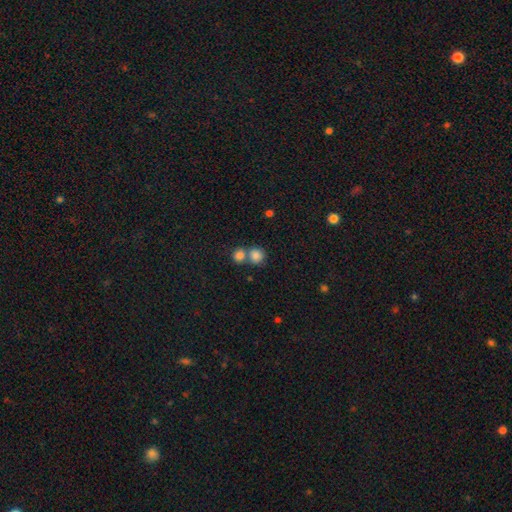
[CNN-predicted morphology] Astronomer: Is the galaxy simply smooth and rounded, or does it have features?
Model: smooth — 83%.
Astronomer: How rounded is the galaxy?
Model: round — 85%.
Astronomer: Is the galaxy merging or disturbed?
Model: none — 47% (runner-up: merger, 44%).